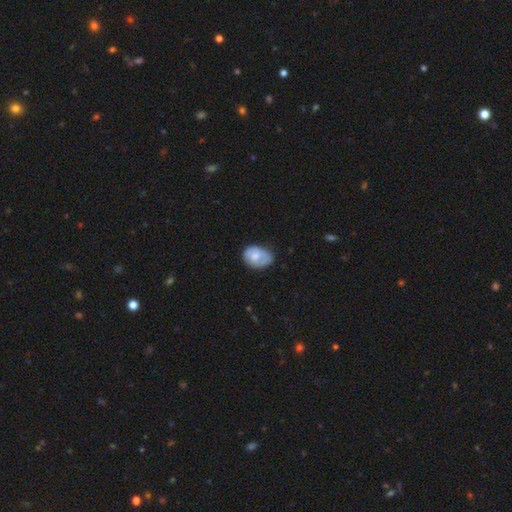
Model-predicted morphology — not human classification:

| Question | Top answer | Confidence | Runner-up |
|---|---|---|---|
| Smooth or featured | smooth | 59% | featured or disk (34%) |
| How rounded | in between | 74% | round (24%) |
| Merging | none | 59% | minor disturbance (31%) |